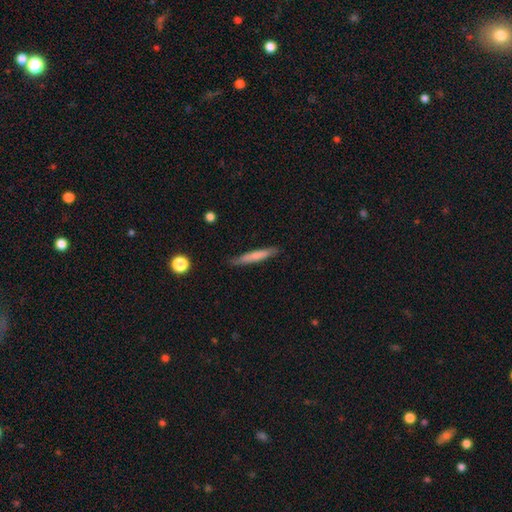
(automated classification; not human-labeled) Q: Smooth or featured?
A: smooth (68%); runner-up: featured or disk (26%)
Q: How rounded?
A: cigar-shaped (94%); runner-up: in between (5%)
Q: Merging?
A: none (84%); runner-up: minor disturbance (13%)